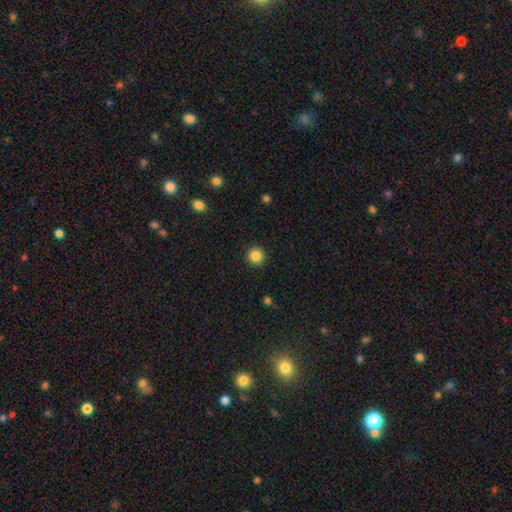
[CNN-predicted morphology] Smooth or featured? smooth (86%)
How rounded? round (95%)
Merging? none (93%)